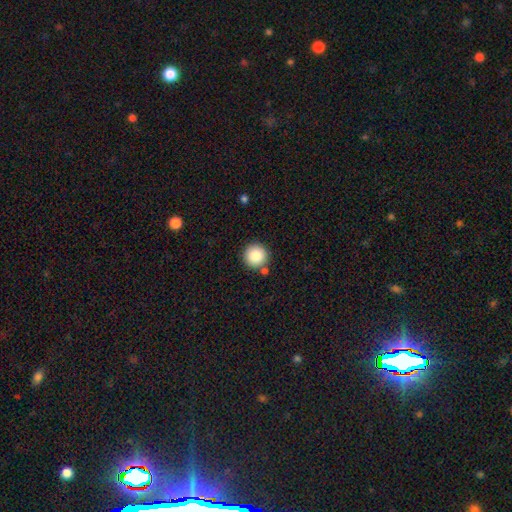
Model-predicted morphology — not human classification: smooth 85%, star or artifact 9%, featured or disk 6%. Down the decision tree: how rounded — round (96%); merging — none (83%).